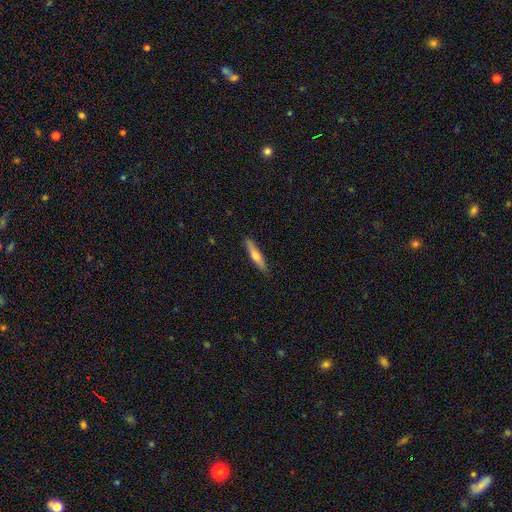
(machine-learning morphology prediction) The model was most divided on "smooth or featured": smooth: 59%, featured or disk: 35%, star or artifact: 6%. More confident: merging — none (87%); how rounded — cigar-shaped (85%).